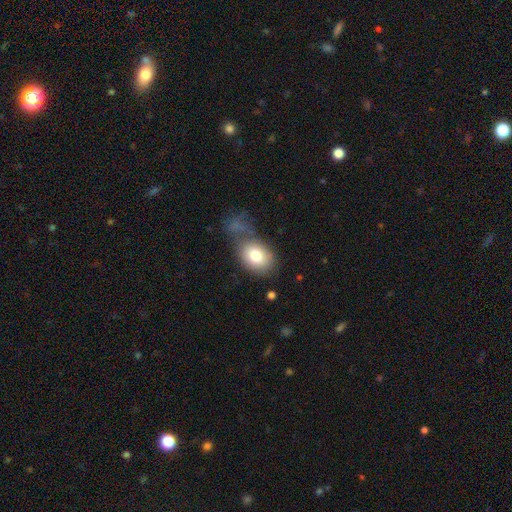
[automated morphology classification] This is likely a smooth galaxy (79%). How rounded: likely in between (76%). Merging: marginally none (44%).